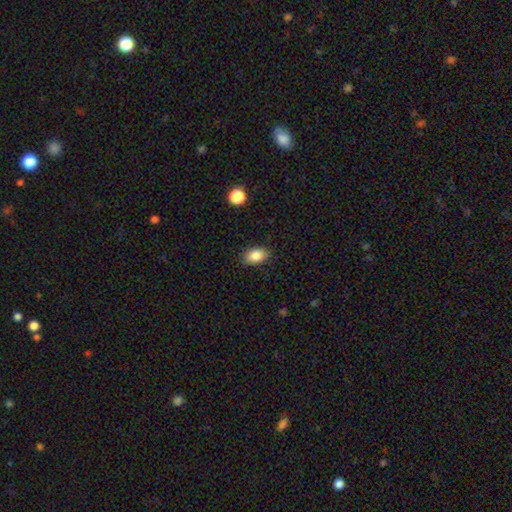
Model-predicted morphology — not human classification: A smooth galaxy with no disk features (86%) that is in between round and cigar-shaped (85%). Merging: none (86%).